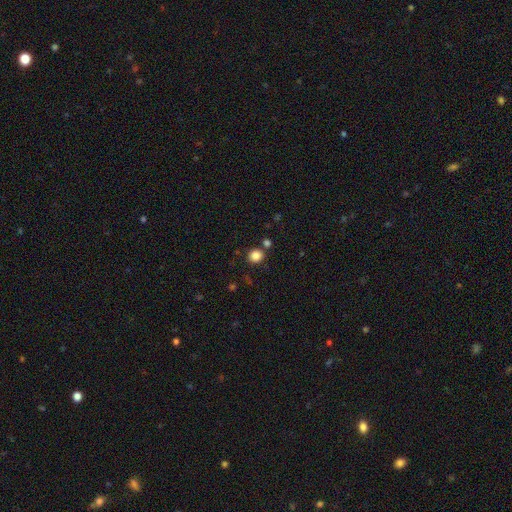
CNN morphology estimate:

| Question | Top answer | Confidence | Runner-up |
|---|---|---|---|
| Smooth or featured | smooth | 84% | star or artifact (11%) |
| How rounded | round | 83% | in between (16%) |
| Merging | none | 79% | merger (9%) |